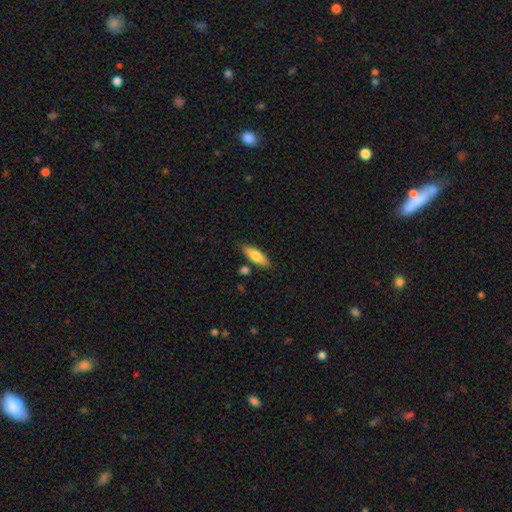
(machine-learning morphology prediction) smooth_or_featured: smooth (p=0.78) [alt: featured or disk p=0.16]
how_rounded: in between (p=0.57) [alt: cigar-shaped p=0.41]
merging: none (p=0.79) [alt: minor disturbance p=0.13]